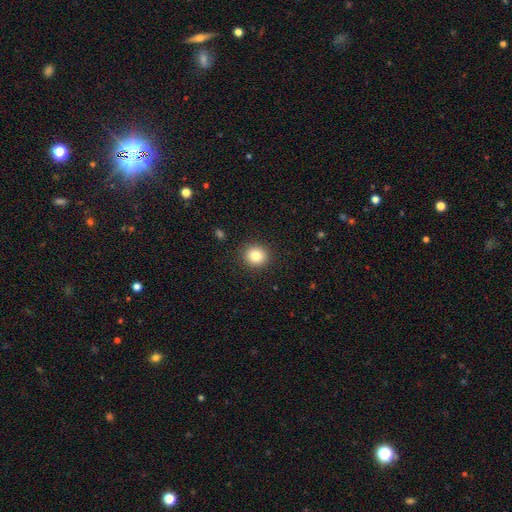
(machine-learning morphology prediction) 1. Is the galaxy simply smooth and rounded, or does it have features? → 83% smooth, 11% star or artifact, 7% featured or disk.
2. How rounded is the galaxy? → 91% round, 8% in between, 1% cigar-shaped.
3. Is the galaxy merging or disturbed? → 91% none, 6% minor disturbance, 2% major disturbance, 1% merger.